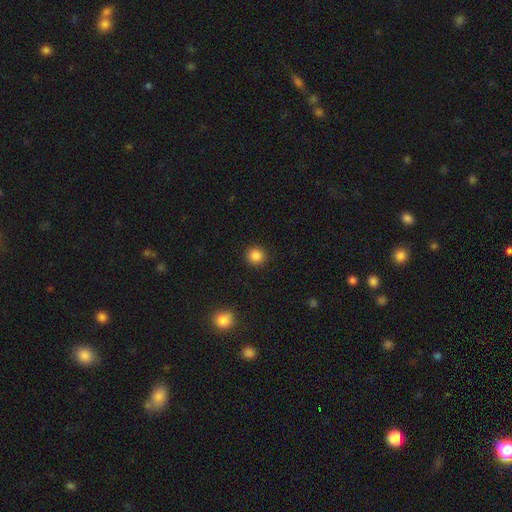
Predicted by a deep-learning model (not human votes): The model was most divided on "smooth or featured": smooth: 86%, star or artifact: 11%, featured or disk: 3%. More confident: how rounded — round (92%); merging — none (92%).